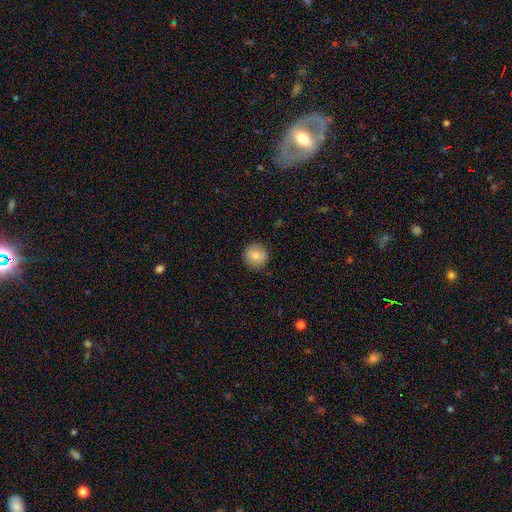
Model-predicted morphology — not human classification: A smooth galaxy with no disk features (81%) that is round (92%).

Vote fractions:
- Smooth or featured? smooth: 81% / featured or disk: 10% / star or artifact: 8%
- How rounded? round: 92% / in between: 7% / cigar-shaped: 1%
- Merging? none: 88% / minor disturbance: 8% / major disturbance: 2% / merger: 1%